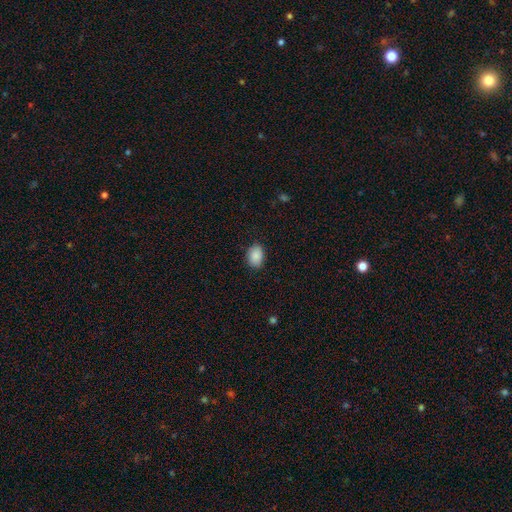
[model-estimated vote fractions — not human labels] smooth_or_featured: smooth (p=0.89) [alt: star or artifact p=0.07]
how_rounded: in between (p=0.71) [alt: round p=0.28]
merging: none (p=0.86) [alt: minor disturbance p=0.11]